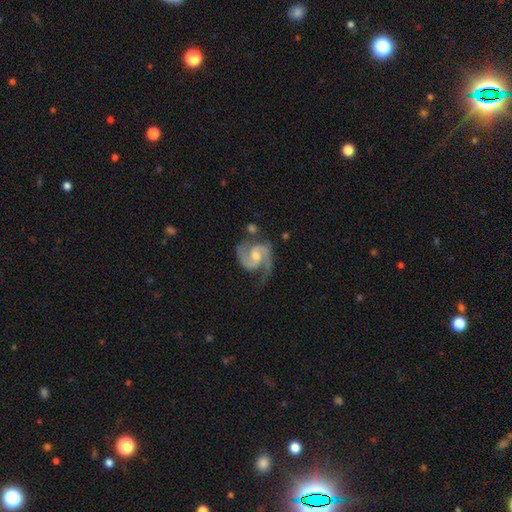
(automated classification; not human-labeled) Smooth or featured? Predicted: featured or disk (p=0.91). Edge-on disk? Predicted: no (p=0.98). Bar? Predicted: no (p=0.46). Spiral arms? Predicted: yes (p=0.98). Spiral winding? Predicted: medium (p=0.61). Spiral arm count? Predicted: 2 (p=0.92). Bulge size? Predicted: moderate (p=0.51). Merging? Predicted: none (p=0.64).